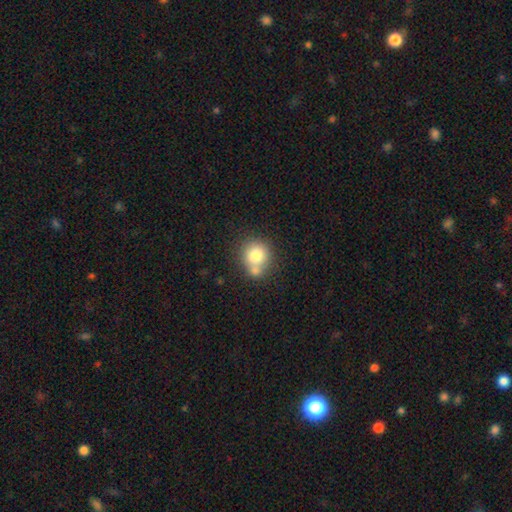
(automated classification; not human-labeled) Smooth or featured? Predicted: smooth (p=0.77). How rounded? Predicted: round (p=0.83). Merging? Predicted: none (p=0.48).